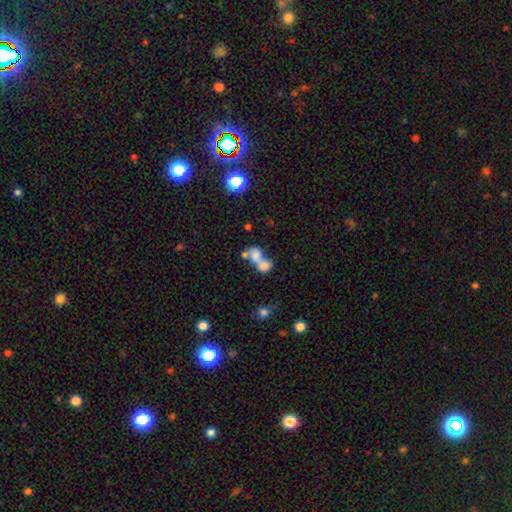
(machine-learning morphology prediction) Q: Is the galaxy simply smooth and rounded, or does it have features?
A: smooth — 68%.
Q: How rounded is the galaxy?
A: in between — 56%.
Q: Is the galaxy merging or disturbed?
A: merger — 74%.